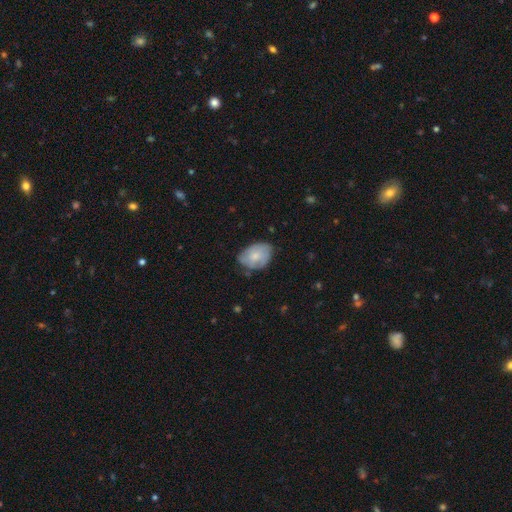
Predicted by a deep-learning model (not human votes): smooth-or-featured: smooth: 63% | featured or disk: 30% | star or artifact: 7%
  how-rounded: in between: 79% | round: 20% | cigar-shaped: 1%
  merging: none: 59% | minor disturbance: 31% | major disturbance: 8% | merger: 2%